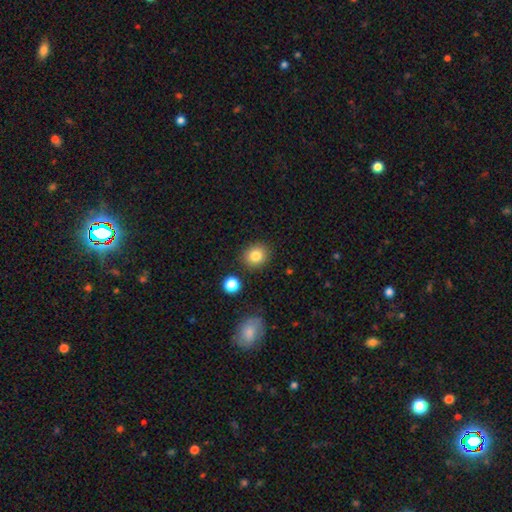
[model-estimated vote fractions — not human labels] smooth_or_featured: smooth (p=0.83) [alt: star or artifact p=0.10]
how_rounded: round (p=0.79) [alt: in between p=0.20]
merging: none (p=0.87) [alt: minor disturbance p=0.08]